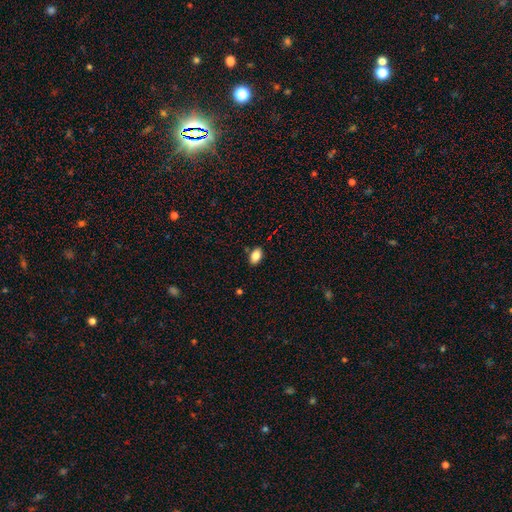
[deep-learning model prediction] smooth 85%, star or artifact 8%, featured or disk 7%. Down the decision tree: how rounded — in between (91%); merging — none (84%).